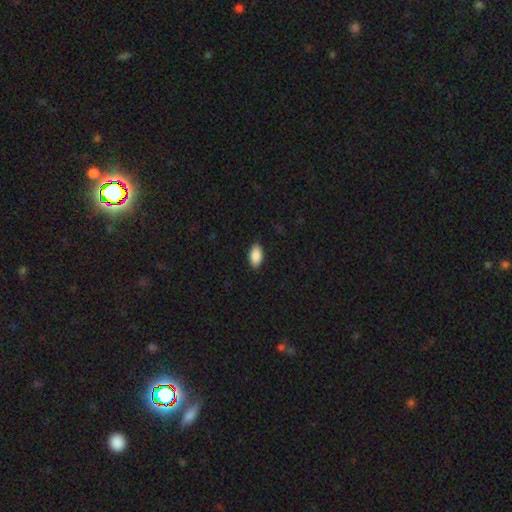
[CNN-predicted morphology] smooth-or-featured: smooth: 89% | star or artifact: 6% | featured or disk: 5%
  how-rounded: in between: 93% | cigar-shaped: 5% | round: 2%
  merging: none: 88% | minor disturbance: 9% | major disturbance: 2% | merger: 1%